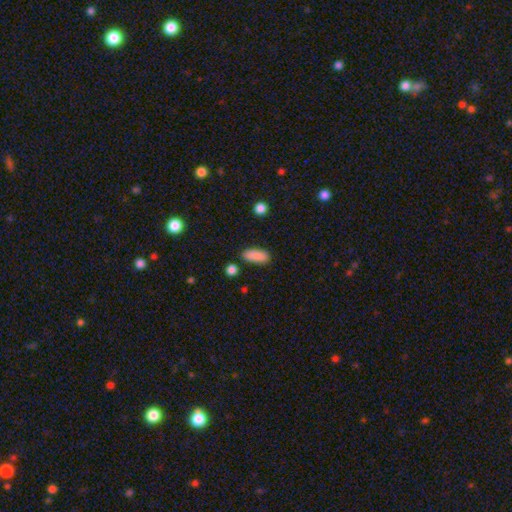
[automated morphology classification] A smooth galaxy with no disk features (88%) that is in between round and cigar-shaped (73%). Merging: none (83%).